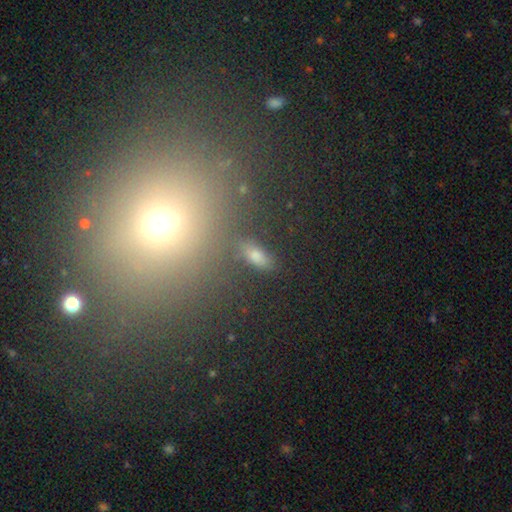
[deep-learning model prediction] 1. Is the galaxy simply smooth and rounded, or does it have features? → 62% smooth, 26% star or artifact, 13% featured or disk.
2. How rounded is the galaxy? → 72% in between, 17% cigar-shaped, 11% round.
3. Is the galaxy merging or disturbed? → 74% none, 13% minor disturbance, 7% major disturbance, 6% merger.